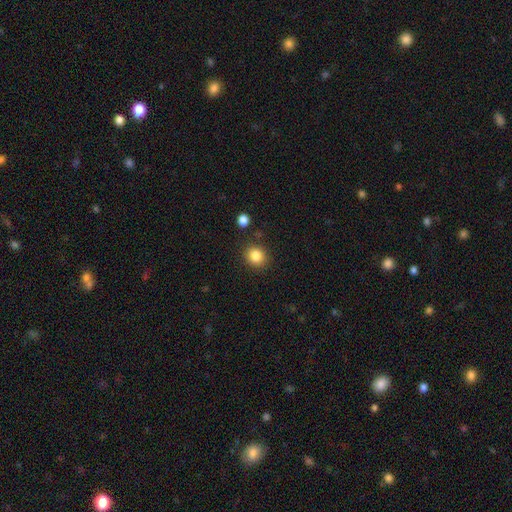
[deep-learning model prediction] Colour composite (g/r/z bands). It shows a smooth galaxy with no disk features (84%) that is round (79%). Merging: none (87%).